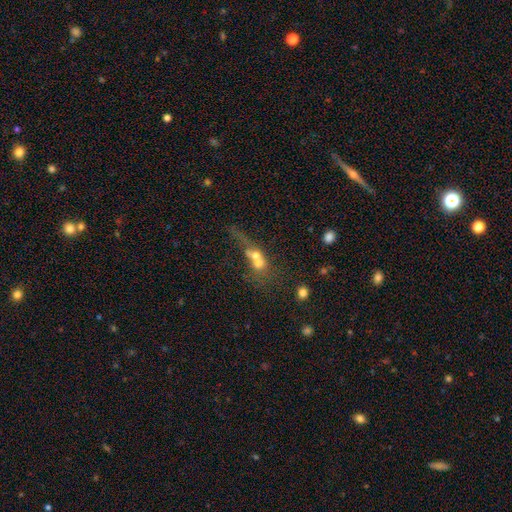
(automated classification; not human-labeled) The model was most divided on "how rounded": round: 50%, in between: 34%, cigar-shaped: 16%. More confident: merging — merger (65%); smooth or featured — smooth (50%).